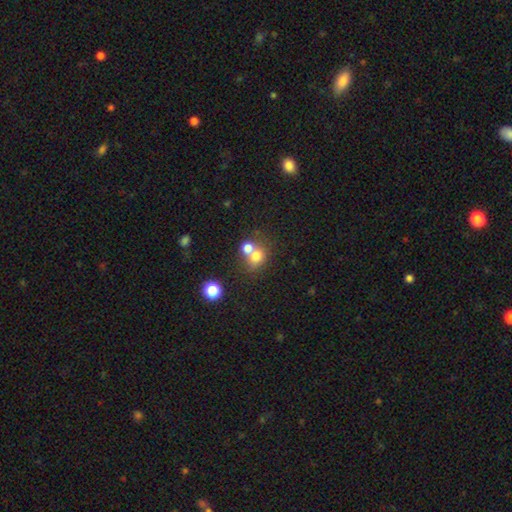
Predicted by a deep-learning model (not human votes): Smooth or featured? Predicted: smooth (p=0.72). How rounded? Predicted: round (p=0.71). Merging? Predicted: merger (p=0.49).